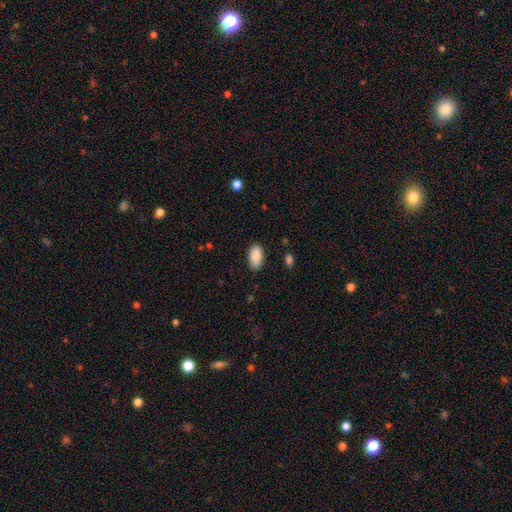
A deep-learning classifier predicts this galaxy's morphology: Overall: smooth (89%). How rounded: in between (94%). Merging: none (82%).